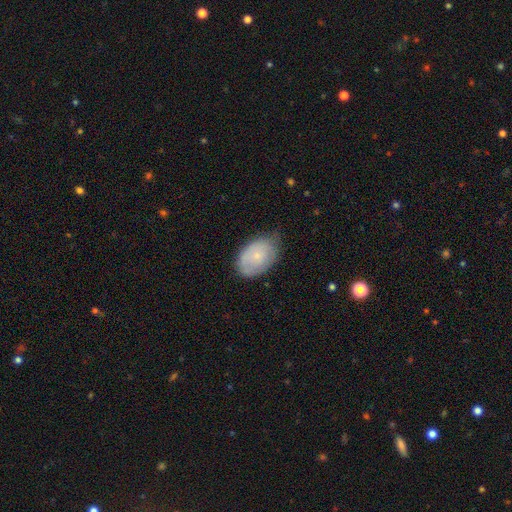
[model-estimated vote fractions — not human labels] This is likely a smooth galaxy (68%). How rounded: clearly in between (87%). Merging: likely none (61%).